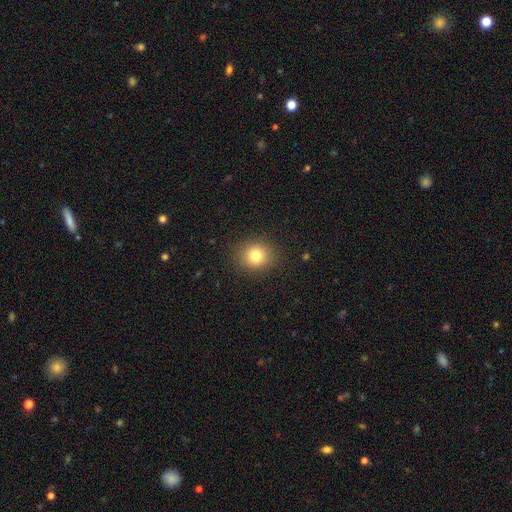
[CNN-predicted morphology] Overall: smooth (80%). How rounded: round (79%). Merging: none (89%).